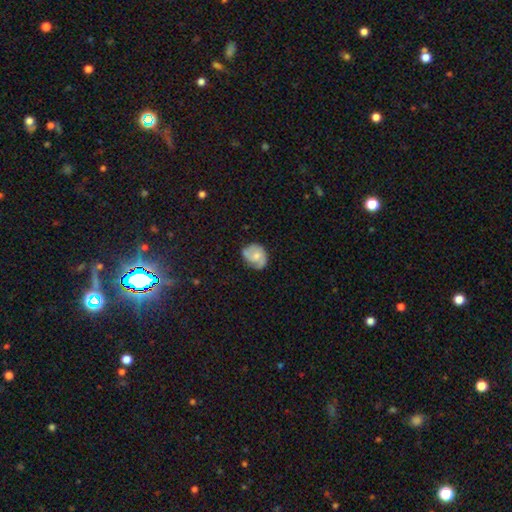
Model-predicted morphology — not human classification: type=featured or disk (52%); edge-on=no (97%); bar=no (69%); spiral arms=yes (80%); bulge=moderate (46%); merging=none (57%).